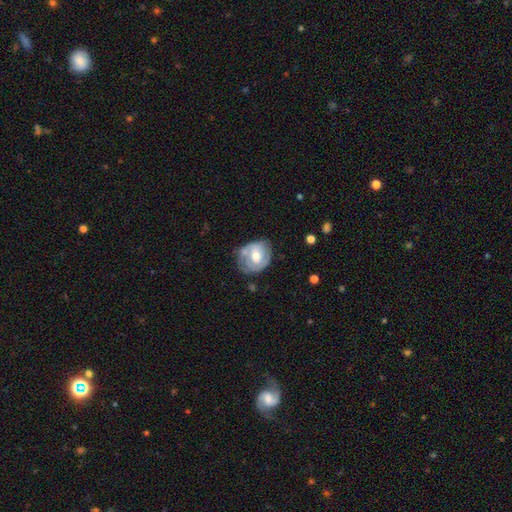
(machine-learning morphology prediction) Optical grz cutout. It shows a featured or disk galaxy (60%) with no bar (54%), spiral arms (63%) and a moderate central bulge (71%). Merging: none (54%).